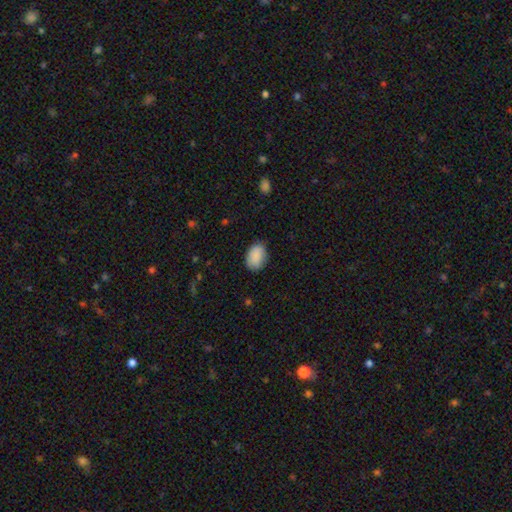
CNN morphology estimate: Smooth or featured: smooth — 89% (star or artifact — 7%)
How rounded: in between — 81% (round — 17%)
Merging: none — 79% (minor disturbance — 17%)